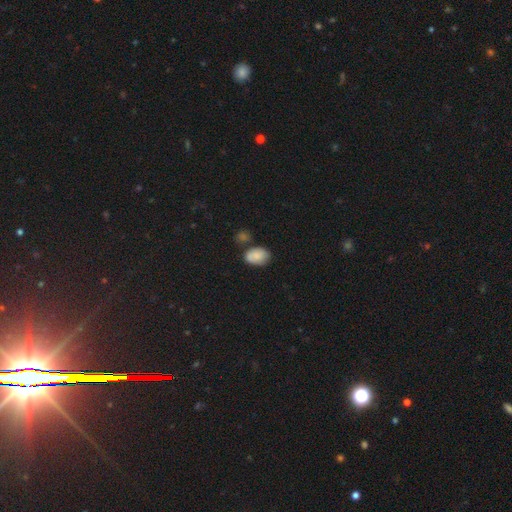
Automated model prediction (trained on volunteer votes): Smooth or featured? smooth (81%)
How rounded? in between (86%)
Merging? none (59%)